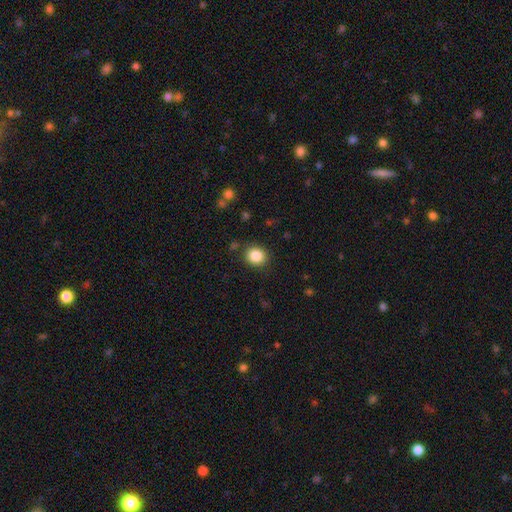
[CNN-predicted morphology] Smooth or featured: smooth — 86% (star or artifact — 9%)
How rounded: round — 80% (in between — 19%)
Merging: none — 87% (minor disturbance — 8%)